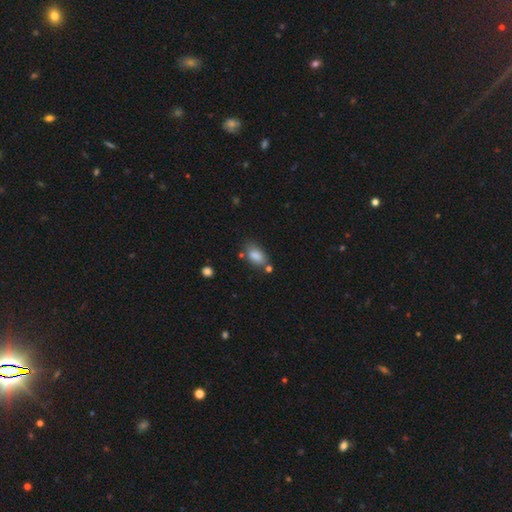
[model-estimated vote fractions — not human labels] smooth_or_featured: smooth (p=0.85) [alt: star or artifact p=0.08]
how_rounded: in between (p=0.89) [alt: round p=0.08]
merging: none (p=0.65) [alt: minor disturbance p=0.19]